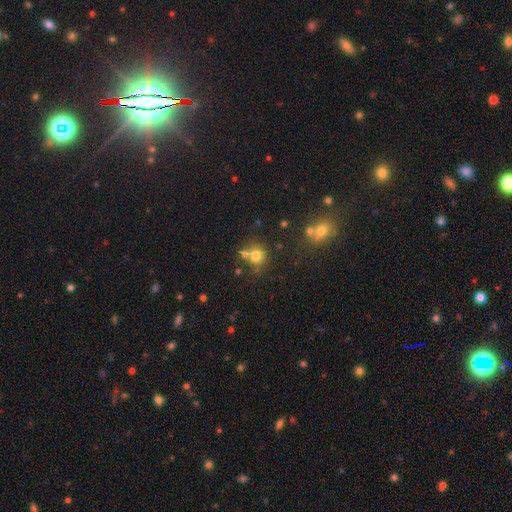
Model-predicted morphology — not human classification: Smooth or featured?
  - smooth: 74% *
  - star or artifact: 16%
  - featured or disk: 10%
How rounded?
  - round: 86% *
  - in between: 13%
  - cigar-shaped: 1%
Merging?
  - none: 57% *
  - merger: 27%
  - minor disturbance: 11%
  - major disturbance: 5%